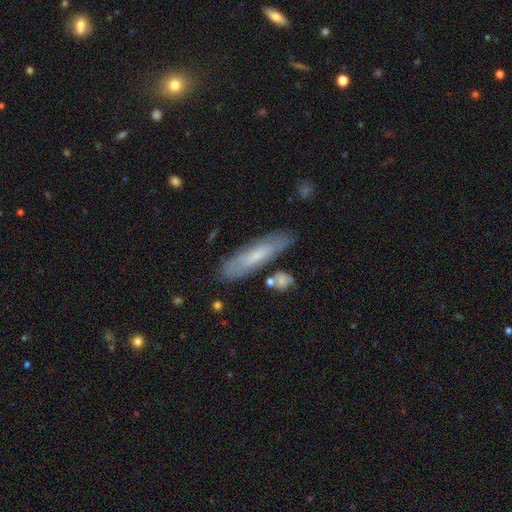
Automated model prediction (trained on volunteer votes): A smooth galaxy with no disk features (50%) that is cigar-shaped (75%).

Vote fractions:
- Smooth or featured? smooth: 50% / featured or disk: 43% / star or artifact: 7%
- How rounded? cigar-shaped: 75% / in between: 24% / round: 2%
- Merging? none: 78% / minor disturbance: 14% / merger: 4% / major disturbance: 4%